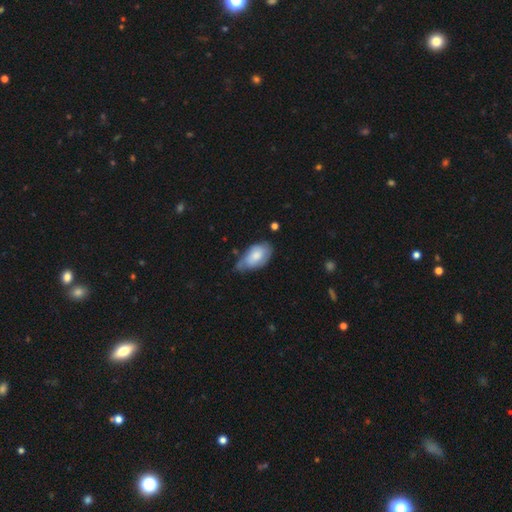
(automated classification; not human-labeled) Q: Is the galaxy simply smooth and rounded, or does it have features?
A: smooth — 71%.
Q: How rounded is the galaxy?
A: in between — 94%.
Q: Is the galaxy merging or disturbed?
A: none — 44%.